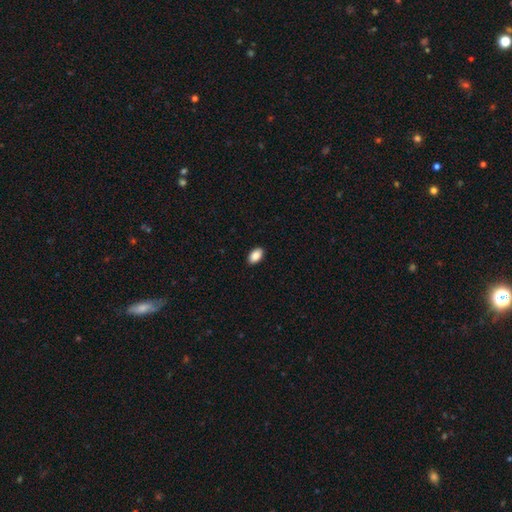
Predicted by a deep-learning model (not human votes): smooth_or_featured: smooth (p=0.88) [alt: star or artifact p=0.07]
how_rounded: in between (p=0.92) [alt: round p=0.06]
merging: none (p=0.91) [alt: minor disturbance p=0.07]